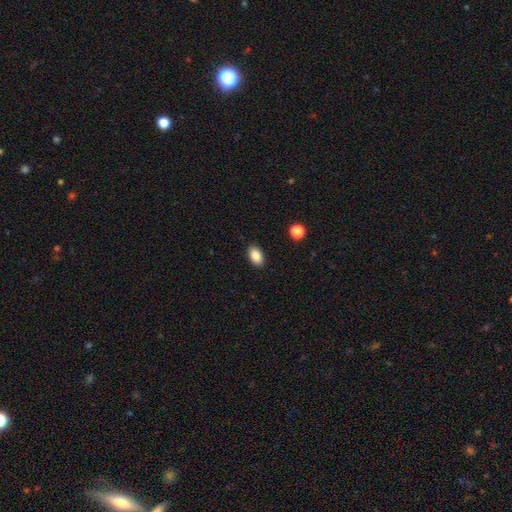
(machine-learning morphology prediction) Smooth or featured?
  - smooth: 87% *
  - star or artifact: 8%
  - featured or disk: 4%
How rounded?
  - in between: 91% *
  - round: 7%
  - cigar-shaped: 2%
Merging?
  - none: 89% *
  - minor disturbance: 8%
  - major disturbance: 2%
  - merger: 1%